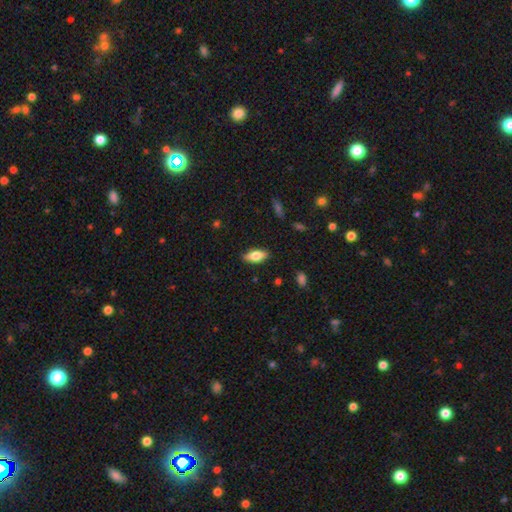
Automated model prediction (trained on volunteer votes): The model was most divided on "smooth or featured": smooth: 69%, featured or disk: 24%, star or artifact: 7%. More confident: merging — none (86%); how rounded — in between (81%).